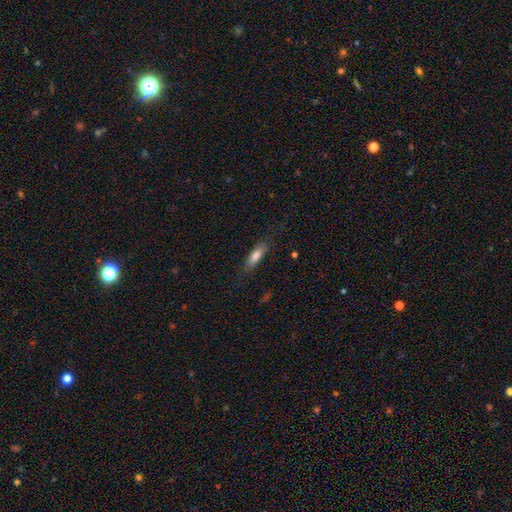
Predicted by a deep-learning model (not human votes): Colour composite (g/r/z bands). It shows a smooth galaxy with no disk features (77%) that is in between round and cigar-shaped (52%). Merging: none (79%).